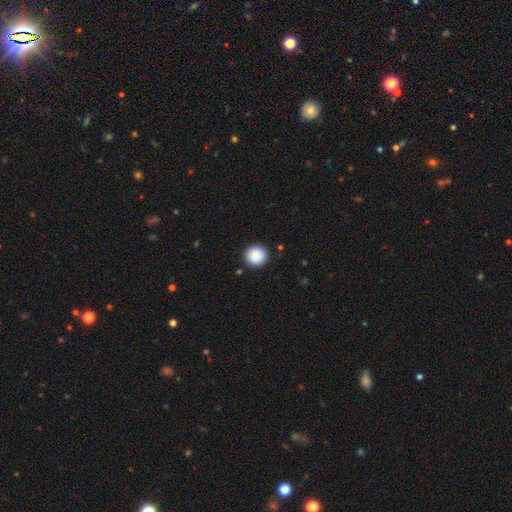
smooth-or-featured: smooth: 92% | star or artifact: 8% | featured or disk: 0%
  how-rounded: round: 97% | in between: 3% | cigar-shaped: 0%
  merging: none: 86% | minor disturbance: 14% | major disturbance: 0% | merger: 0%